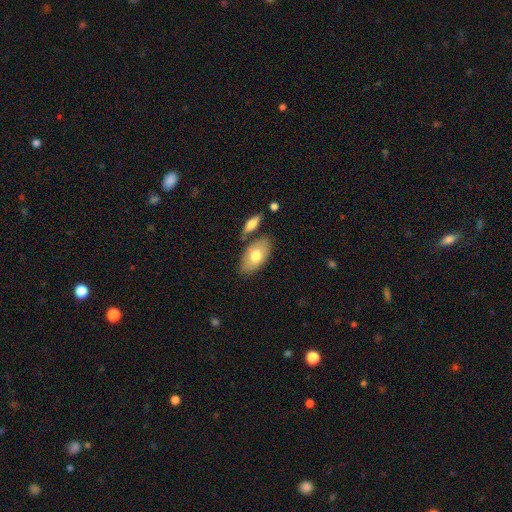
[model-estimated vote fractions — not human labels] Smooth or featured? smooth (73%)
How rounded? in between (93%)
Merging? none (72%)